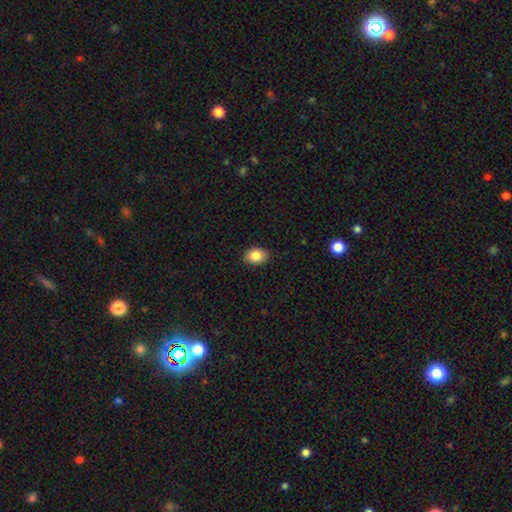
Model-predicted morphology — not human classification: smooth 84%, star or artifact 8%, featured or disk 7%. Down the decision tree: how rounded — in between (76%); merging — none (89%).